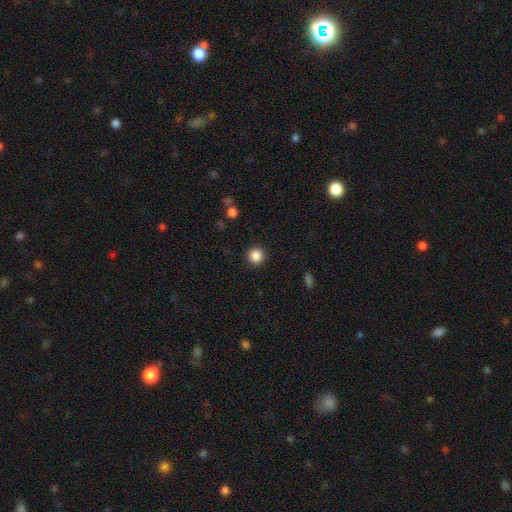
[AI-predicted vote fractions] Smooth or featured? smooth (86%)
How rounded? round (95%)
Merging? none (92%)